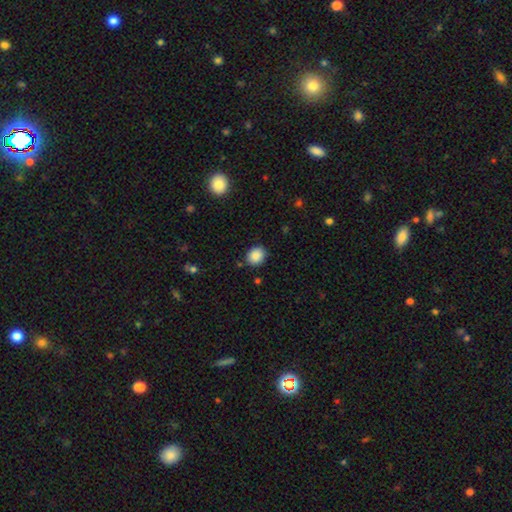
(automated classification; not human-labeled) Smooth or featured? smooth (88%)
How rounded? round (60%)
Merging? none (85%)